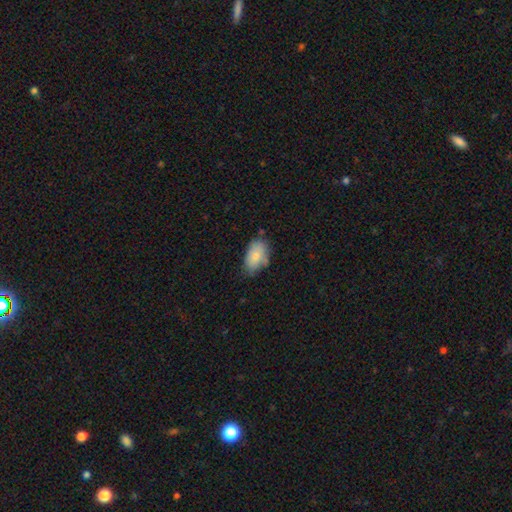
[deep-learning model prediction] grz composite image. It shows a smooth galaxy with no disk features (79%) that is in between round and cigar-shaped (90%). Merging: none (60%).